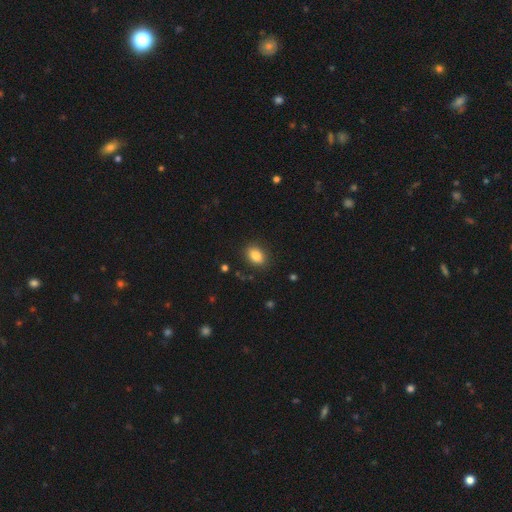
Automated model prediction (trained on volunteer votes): This is clearly a smooth galaxy (84%). How rounded: clearly in between (81%). Merging: clearly none (86%).